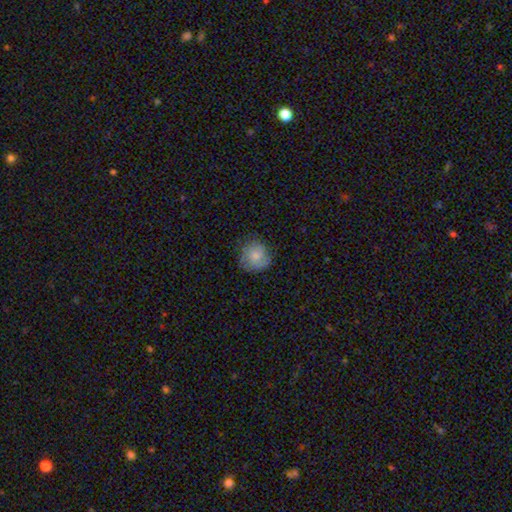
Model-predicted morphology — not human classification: Smooth or featured? smooth (72%)
How rounded? round (87%)
Merging? none (72%)